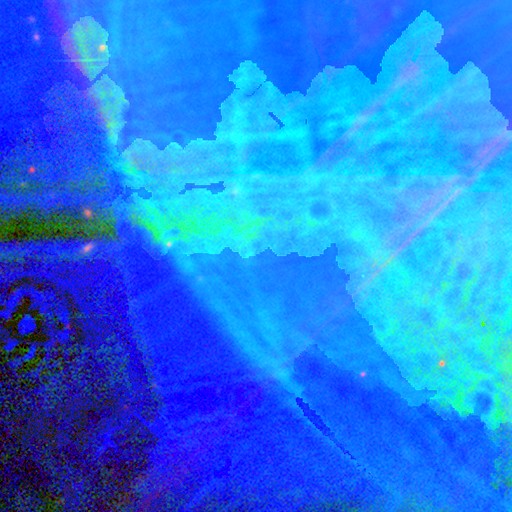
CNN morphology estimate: Smooth or featured? star or artifact (83%)